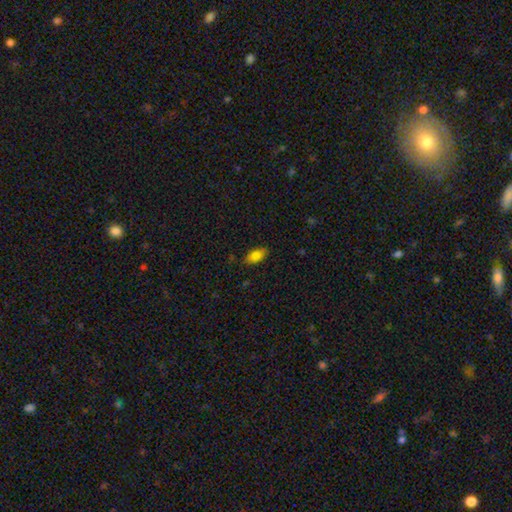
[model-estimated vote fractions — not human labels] Morphology: type=smooth (83%); roundness=in between (92%); merging=none (85%).